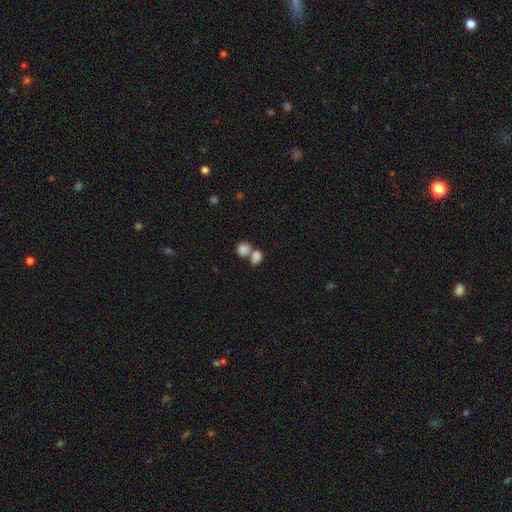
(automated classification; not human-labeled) Smooth or featured?
  - smooth: 82% *
  - featured or disk: 10%
  - star or artifact: 9%
How rounded?
  - round: 56% *
  - in between: 43%
  - cigar-shaped: 1%
Merging?
  - merger: 65% *
  - none: 25%
  - minor disturbance: 7%
  - major disturbance: 4%